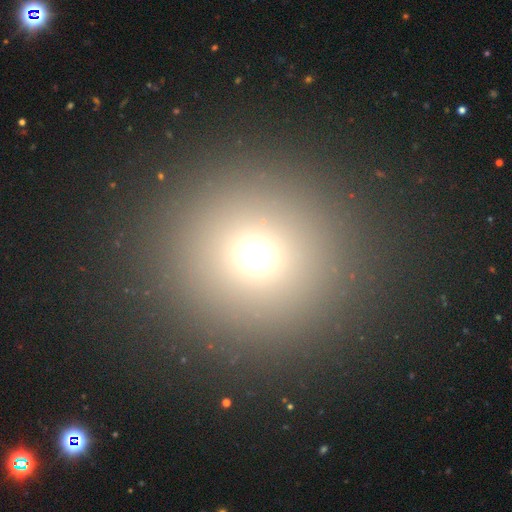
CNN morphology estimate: type=smooth (68%); roundness=round (94%); merging=none (90%).